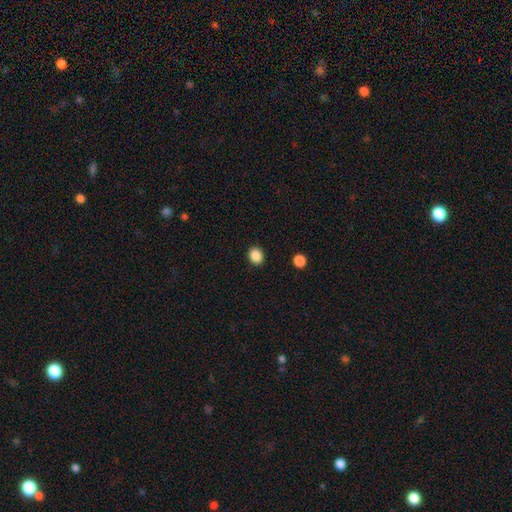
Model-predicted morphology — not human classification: type=smooth (88%); roundness=round (61%); merging=none (90%).